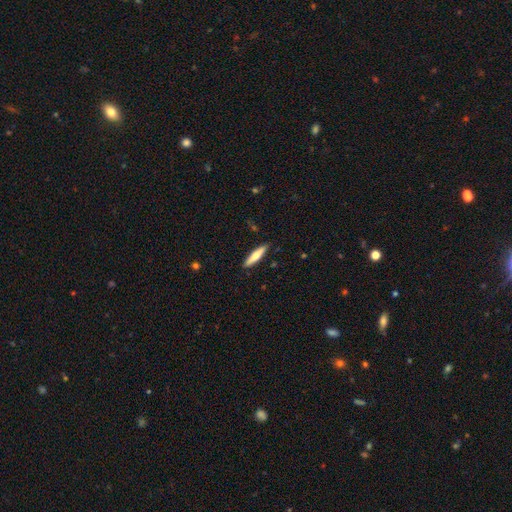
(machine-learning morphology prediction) Smooth or featured: smooth — 60% (featured or disk — 35%)
How rounded: cigar-shaped — 83% (in between — 15%)
Merging: none — 89% (minor disturbance — 8%)